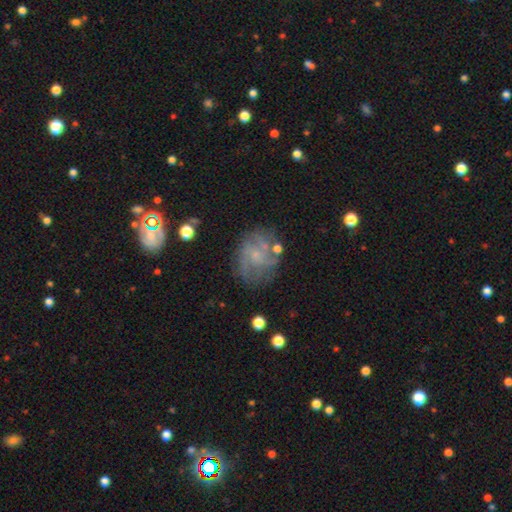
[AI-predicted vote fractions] smooth_or_featured: featured or disk (p=0.65) [alt: smooth p=0.23]
disk_edge_on: no (p=0.98) [alt: yes p=0.02]
bar: no (p=0.71) [alt: weak p=0.25]
has_spiral_arms: yes (p=0.80) [alt: no p=0.20]
spiral_winding: medium (p=0.42) [alt: tight p=0.38]
spiral_arm_count: can't tell (p=0.41) [alt: 2 p=0.20]
bulge_size: small (p=0.63) [alt: moderate p=0.17]
merging: none (p=0.64) [alt: minor disturbance p=0.20]